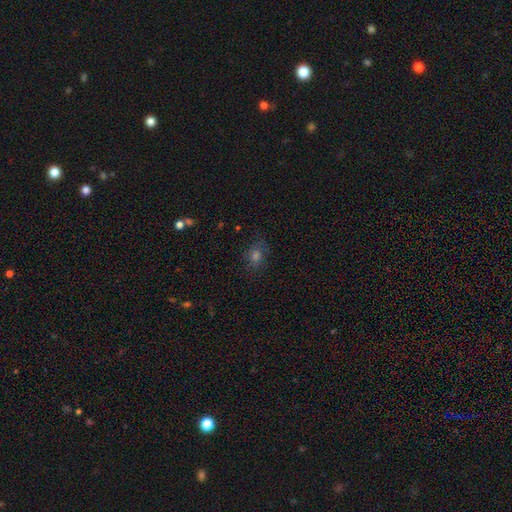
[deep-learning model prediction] This is possibly a smooth galaxy (54%). How rounded: possibly in between (49%, tied with round). Merging: likely none (78%).